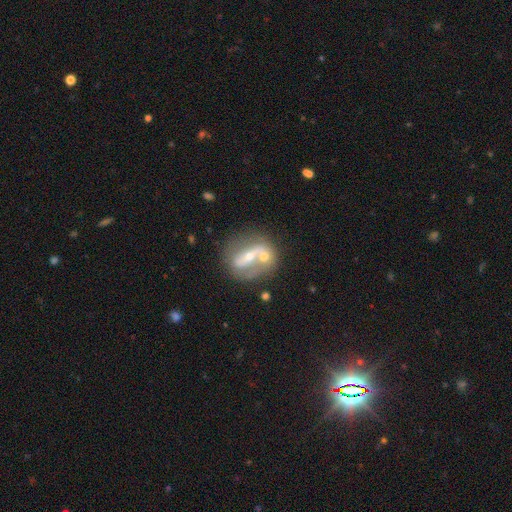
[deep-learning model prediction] featured or disk 69%, smooth 22%, star or artifact 9%. Down the decision tree: edge-on disk — no (91%); bar — strong (37%); spiral arms — no (51%); bulge size — moderate (47%); merging — merger (45%).